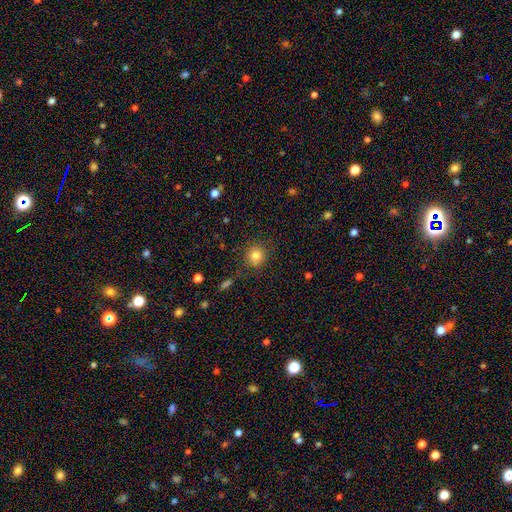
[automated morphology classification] Smooth or featured? Predicted: smooth (p=0.81). How rounded? Predicted: round (p=0.89). Merging? Predicted: none (p=0.84).